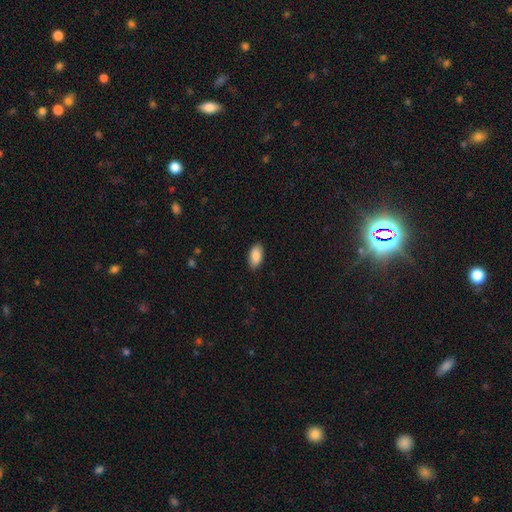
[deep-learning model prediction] A smooth galaxy with no disk features (88%) that is in between round and cigar-shaped (93%). Merging: none (88%).